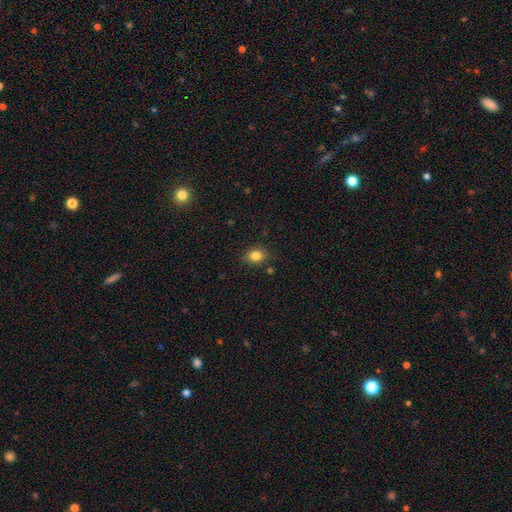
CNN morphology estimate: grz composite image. It shows a smooth galaxy with no disk features (82%) that is round (61%). Merging: none (82%).